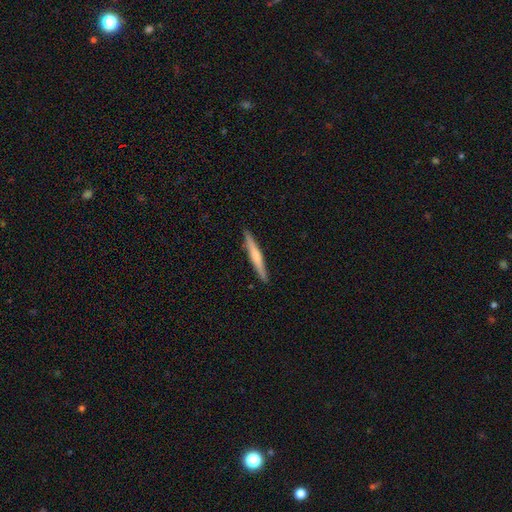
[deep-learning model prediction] The model was most divided on "smooth or featured": smooth: 50%, featured or disk: 45%, star or artifact: 5%. More confident: merging — none (91%).